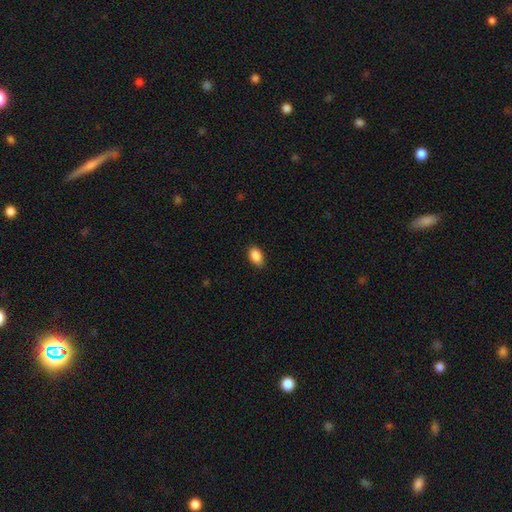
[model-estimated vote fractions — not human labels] This appears to be a smooth galaxy with no disk features (89%) that is in between round and cigar-shaped (89%). Merging: none (79%).